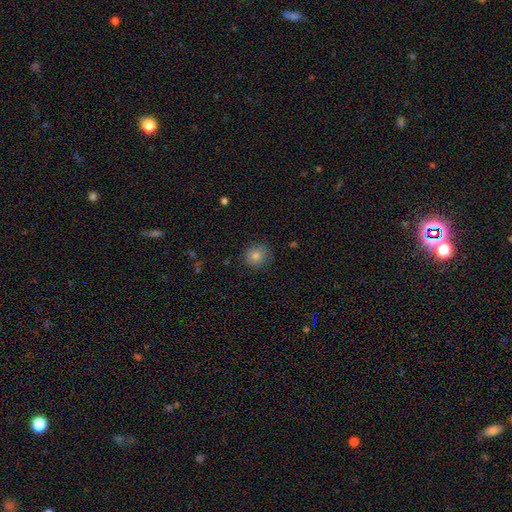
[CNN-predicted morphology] Q: Smooth or featured?
A: smooth (79%); runner-up: star or artifact (13%)
Q: How rounded?
A: round (86%); runner-up: in between (13%)
Q: Merging?
A: none (85%); runner-up: minor disturbance (11%)